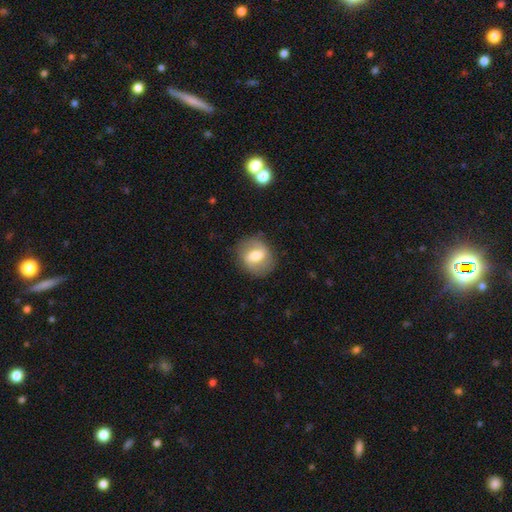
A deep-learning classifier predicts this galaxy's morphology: Q: Smooth or featured?
A: smooth (48%); runner-up: featured or disk (45%)
Q: Merging?
A: none (81%); runner-up: minor disturbance (13%)